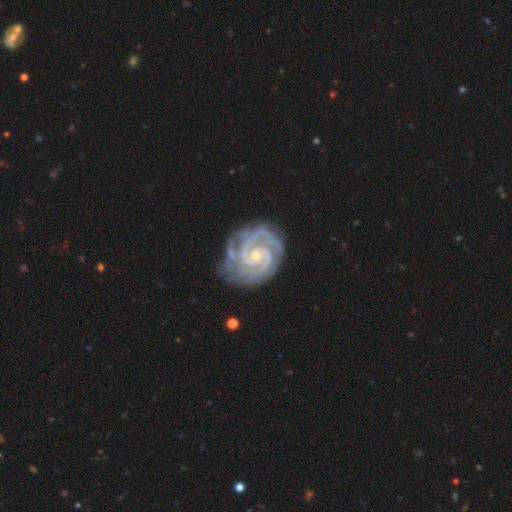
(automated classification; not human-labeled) Smooth or featured: featured or disk — 93% (star or artifact — 4%)
Edge-on disk: no — 98% (yes — 2%)
Bar: no — 61% (weak — 28%)
Spiral arms: yes — 99% (no — 1%)
Spiral winding: tight — 76% (medium — 22%)
Spiral arm count: 2 — 59% (3 — 21%)
Bulge size: small — 78% (moderate — 18%)
Merging: none — 73% (minor disturbance — 20%)